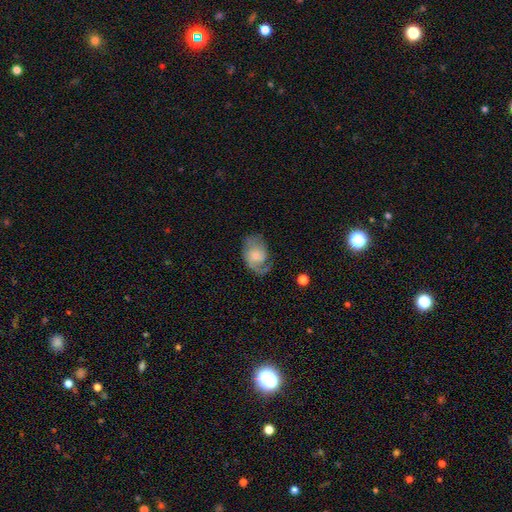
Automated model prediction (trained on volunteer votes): smooth_or_featured: featured or disk (p=0.61) [alt: smooth p=0.32]
disk_edge_on: no (p=0.96) [alt: yes p=0.04]
bar: no (p=0.73) [alt: weak p=0.24]
has_spiral_arms: yes (p=0.86) [alt: no p=0.14]
spiral_winding: medium (p=0.42) [alt: loose p=0.30]
spiral_arm_count: 2 (p=0.43) [alt: 1 p=0.40]
bulge_size: small (p=0.56) [alt: moderate p=0.32]
merging: none (p=0.51) [alt: minor disturbance p=0.26]